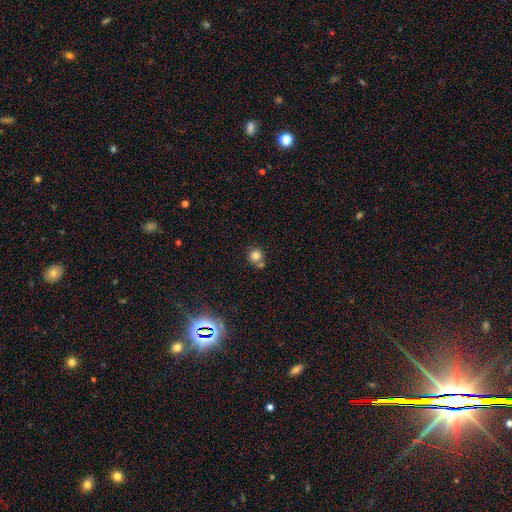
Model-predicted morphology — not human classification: type=smooth (79%); roundness=round (90%); merging=none (57%).